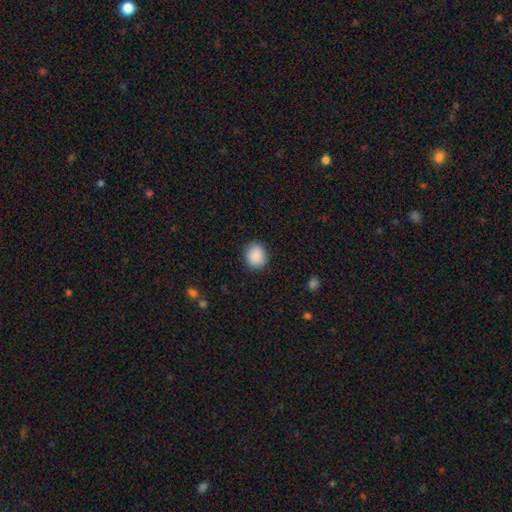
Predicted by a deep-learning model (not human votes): Smooth or featured? Predicted: smooth (p=0.89). How rounded? Predicted: round (p=0.76). Merging? Predicted: none (p=0.87).